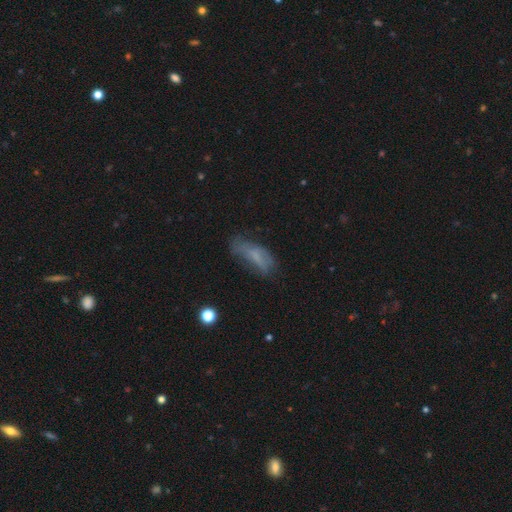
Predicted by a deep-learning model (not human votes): Overall: smooth (59%; featured or disk 29%). How rounded: in between (65%; cigar-shaped 33%). Merging: none (47%; minor disturbance 31%).